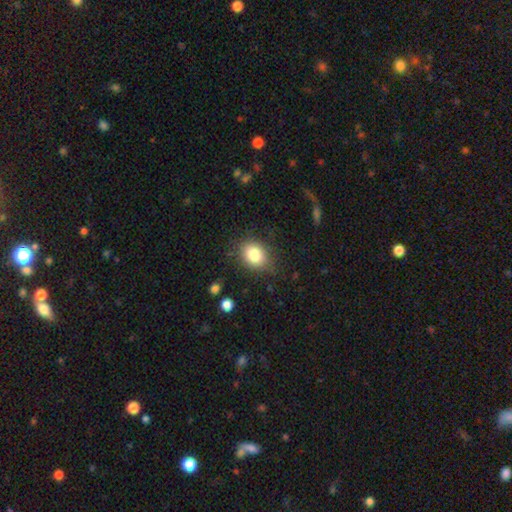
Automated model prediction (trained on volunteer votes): Overall: smooth (82%). How rounded: in between (52%; round 47%). Merging: none (78%).